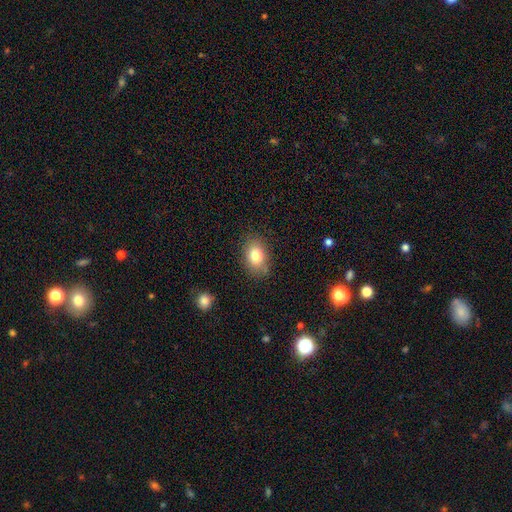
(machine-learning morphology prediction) A smooth galaxy with no disk features (81%) that is in between round and cigar-shaped (77%). Merging: none (80%).